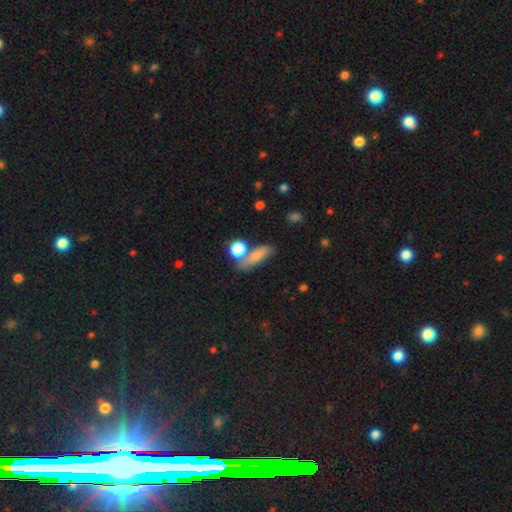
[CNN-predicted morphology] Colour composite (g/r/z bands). It shows a smooth galaxy with no disk features (75%) that is in between round and cigar-shaped (51%). Merging: none (52%).